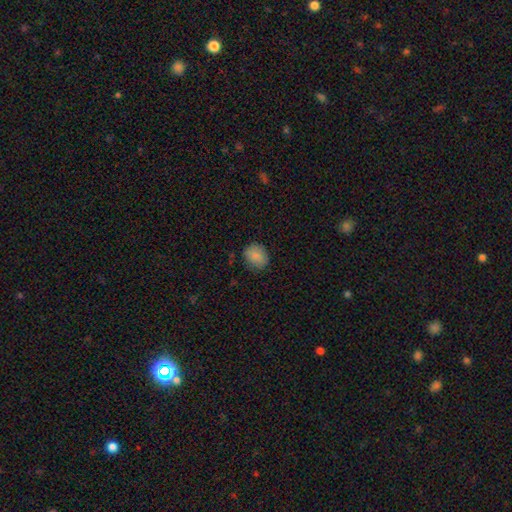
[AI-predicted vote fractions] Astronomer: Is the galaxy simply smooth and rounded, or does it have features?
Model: smooth — 87%.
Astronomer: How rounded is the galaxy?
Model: round — 57% (runner-up: in between, 42%).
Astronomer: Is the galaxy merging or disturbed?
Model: none — 81%.